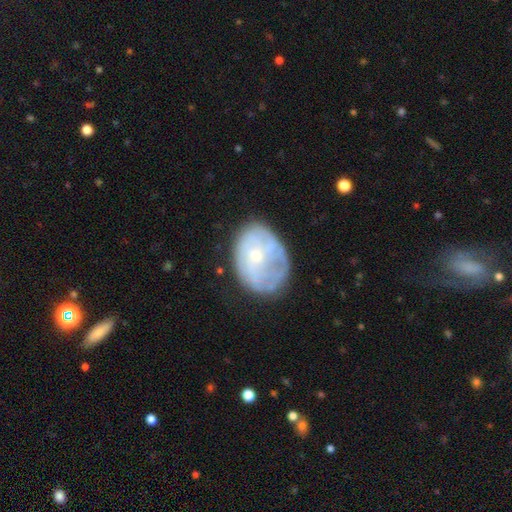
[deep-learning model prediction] This appears to be a featured or disk galaxy (55%) with no bar (78%), no spiral arms (55%) and a small central bulge (65%). Merging: none (57%).